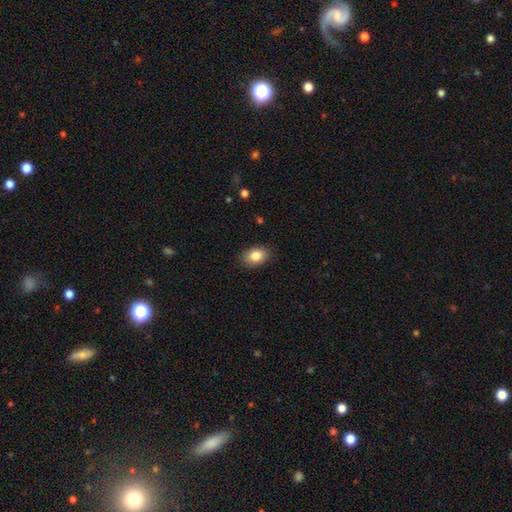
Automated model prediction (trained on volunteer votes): A smooth galaxy with no disk features (84%) that is in between round and cigar-shaped (79%). Merging: none (87%).